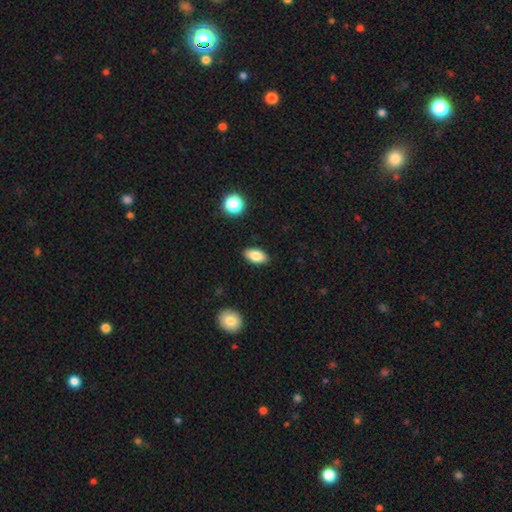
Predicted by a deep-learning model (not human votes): A smooth galaxy with no disk features (82%) that is in between round and cigar-shaped (90%). Merging: none (89%).